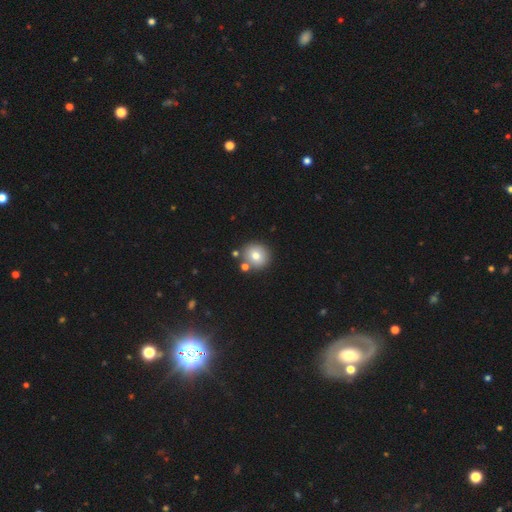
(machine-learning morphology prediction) smooth_or_featured: smooth (p=0.76) [alt: featured or disk p=0.13]
how_rounded: round (p=0.89) [alt: in between p=0.10]
merging: none (p=0.77) [alt: merger p=0.12]